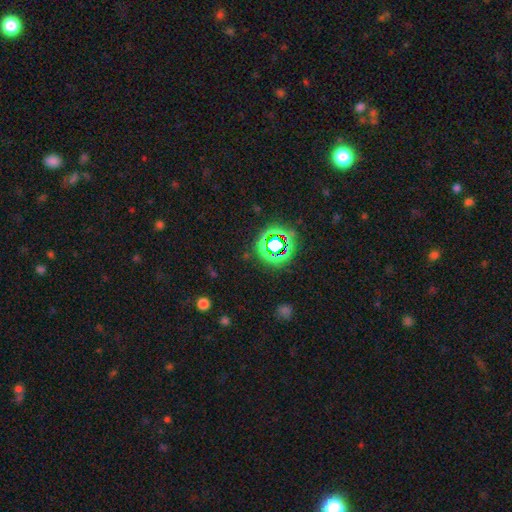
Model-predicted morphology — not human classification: Overall: star or artifact (62%; smooth 28%).